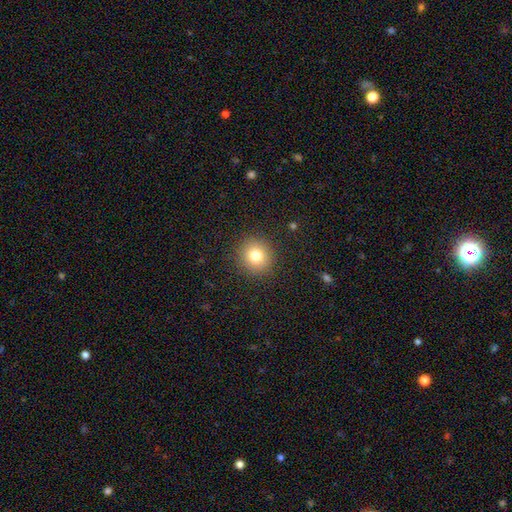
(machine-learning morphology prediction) A smooth galaxy with no disk features (79%) that is round (91%). Merging: none (91%).